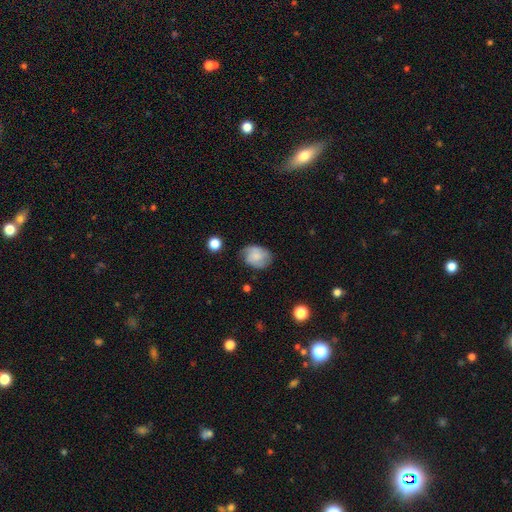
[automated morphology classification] smooth-or-featured: smooth: 57% | featured or disk: 34% | star or artifact: 8%
  how-rounded: in between: 58% | round: 41% | cigar-shaped: 1%
  merging: none: 63% | minor disturbance: 27% | major disturbance: 9% | merger: 2%